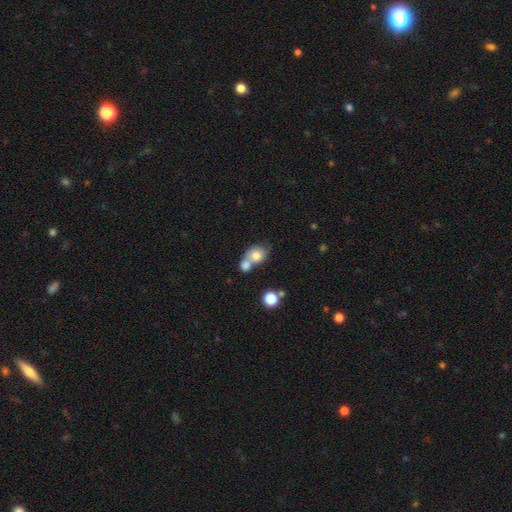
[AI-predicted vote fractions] Smooth or featured?
  - smooth: 76% *
  - featured or disk: 15%
  - star or artifact: 9%
How rounded?
  - round: 63% *
  - in between: 36%
  - cigar-shaped: 1%
Merging?
  - merger: 57% *
  - none: 29%
  - minor disturbance: 9%
  - major disturbance: 4%